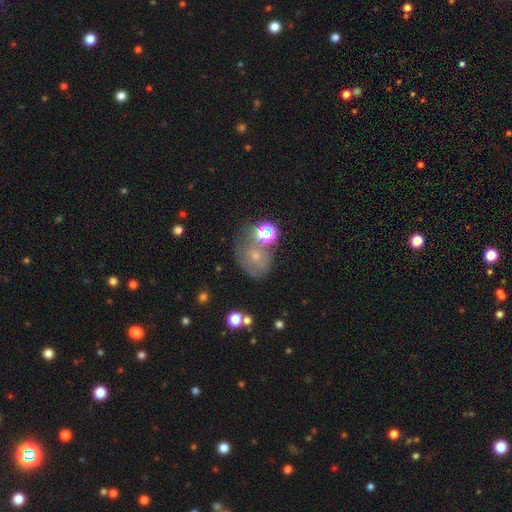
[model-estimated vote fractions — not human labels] smooth-or-featured: smooth: 45% | featured or disk: 33% | star or artifact: 21%
  merging: none: 47% | minor disturbance: 22% | merger: 17% | major disturbance: 14%